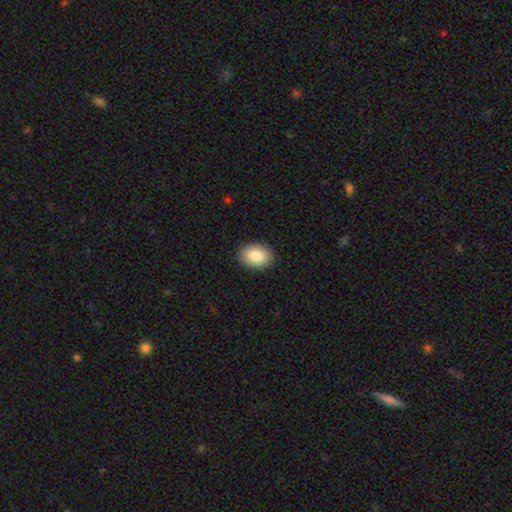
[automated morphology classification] A smooth galaxy with no disk features (85%) that is in between round and cigar-shaped (73%).

Vote fractions:
- Smooth or featured? smooth: 85% / featured or disk: 8% / star or artifact: 7%
- How rounded? in between: 73% / round: 26% / cigar-shaped: 1%
- Merging? none: 90% / minor disturbance: 7% / major disturbance: 2% / merger: 1%